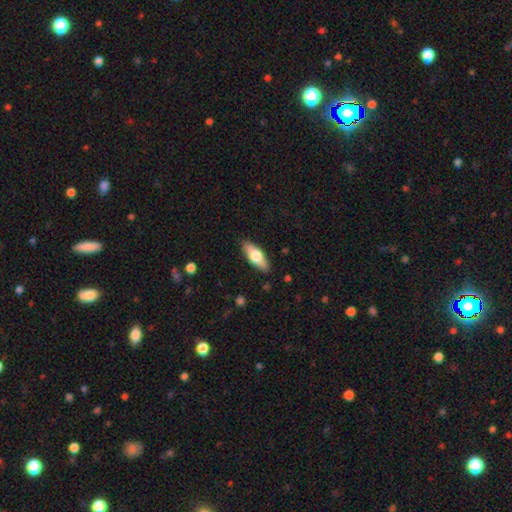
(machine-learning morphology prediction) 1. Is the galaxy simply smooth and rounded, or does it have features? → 63% smooth, 31% featured or disk, 6% star or artifact.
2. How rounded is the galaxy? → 70% in between, 27% cigar-shaped, 3% round.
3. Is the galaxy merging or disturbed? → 88% none, 9% minor disturbance, 2% major disturbance, 1% merger.